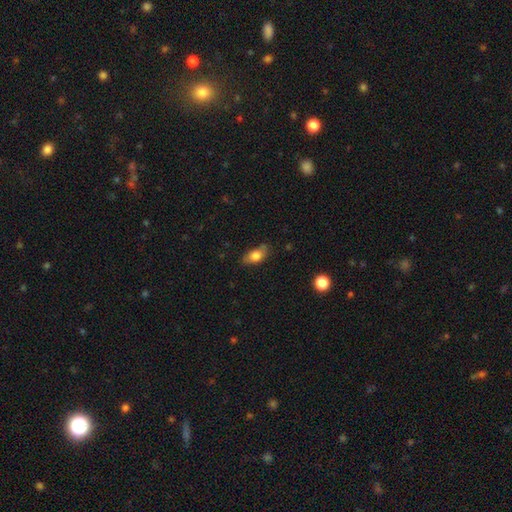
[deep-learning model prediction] Overall: smooth (76%). How rounded: in between (83%). Merging: none (71%).